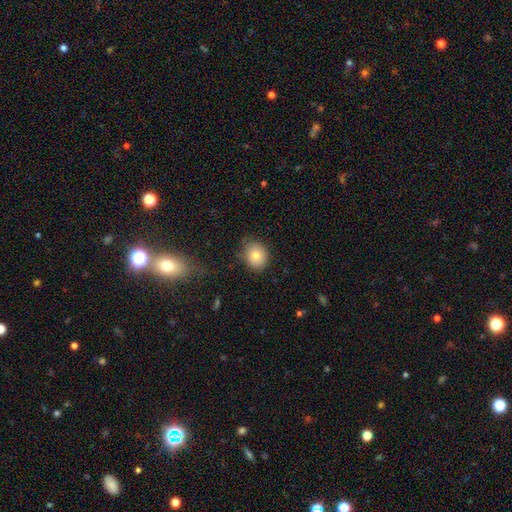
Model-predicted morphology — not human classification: Smooth or featured?
  - smooth: 78% *
  - featured or disk: 11%
  - star or artifact: 10%
How rounded?
  - round: 70% *
  - in between: 29%
  - cigar-shaped: 1%
Merging?
  - none: 75% *
  - minor disturbance: 19%
  - major disturbance: 4%
  - merger: 2%